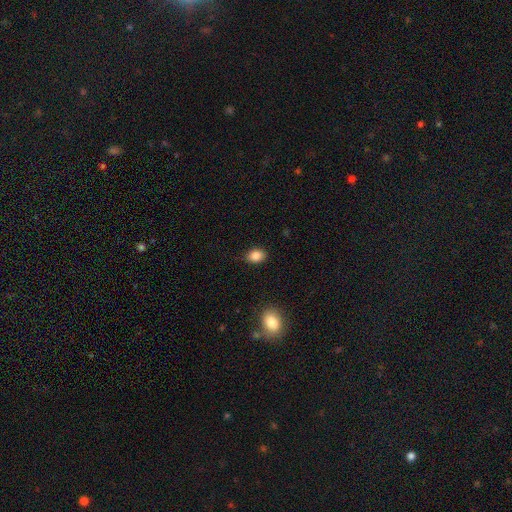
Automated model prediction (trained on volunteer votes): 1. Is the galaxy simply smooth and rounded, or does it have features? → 86% smooth, 9% star or artifact, 5% featured or disk.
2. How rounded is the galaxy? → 69% in between, 30% round, 1% cigar-shaped.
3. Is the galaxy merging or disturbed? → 84% none, 12% minor disturbance, 3% major disturbance, 1% merger.